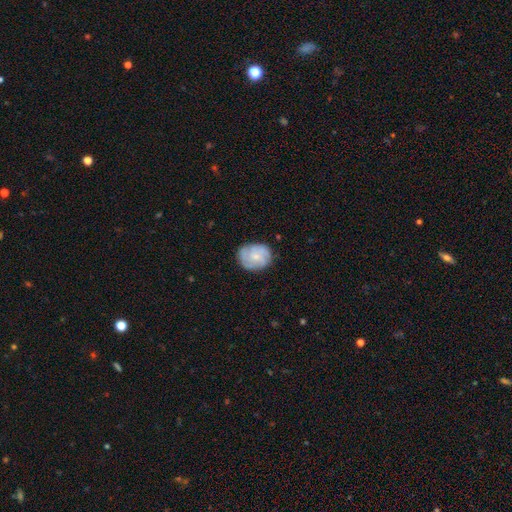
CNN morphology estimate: Overall: featured or disk (56%; smooth 37%). Edge-on disk: no (98%). Bar: no (72%). Spiral arms: yes (87%). Bulge size: small (58%; moderate 26%). Merging: none (75%).